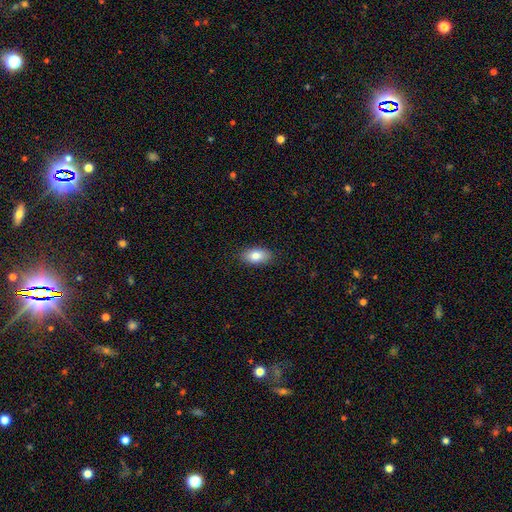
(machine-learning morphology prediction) This is clearly a smooth galaxy (83%). How rounded: clearly in between (92%). Merging: clearly none (88%).